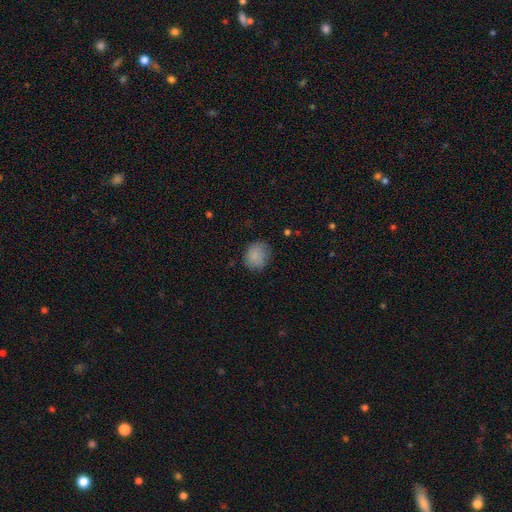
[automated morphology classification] The model was most divided on "how rounded": round: 65%, in between: 34%, cigar-shaped: 1%. More confident: smooth or featured — smooth (83%); merging — none (72%).